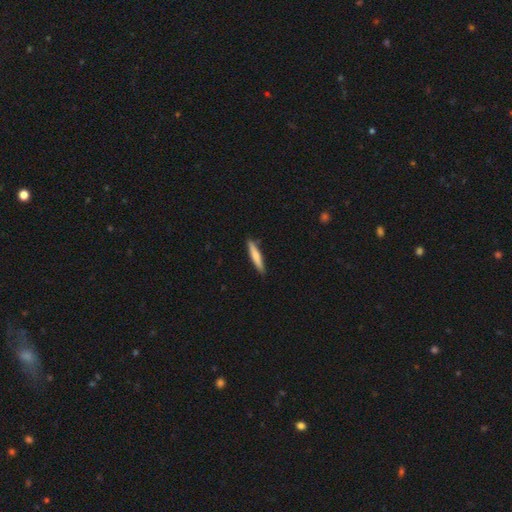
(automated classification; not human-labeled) Smooth or featured?
  - smooth: 68% *
  - featured or disk: 27%
  - star or artifact: 5%
How rounded?
  - cigar-shaped: 92% *
  - in between: 7%
  - round: 1%
Merging?
  - none: 89% *
  - minor disturbance: 8%
  - major disturbance: 1%
  - merger: 1%